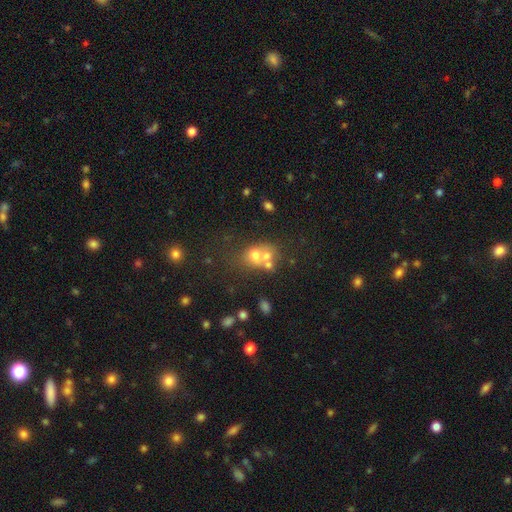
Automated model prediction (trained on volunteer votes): Smooth or featured? Predicted: smooth (p=0.52). How rounded? Predicted: round (p=0.67). Merging? Predicted: merger (p=0.47).